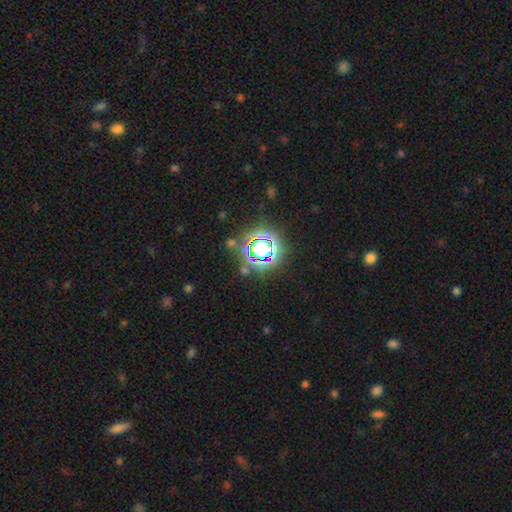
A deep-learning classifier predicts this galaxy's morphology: This is likely a star or artifact rather than a galaxy (78%).